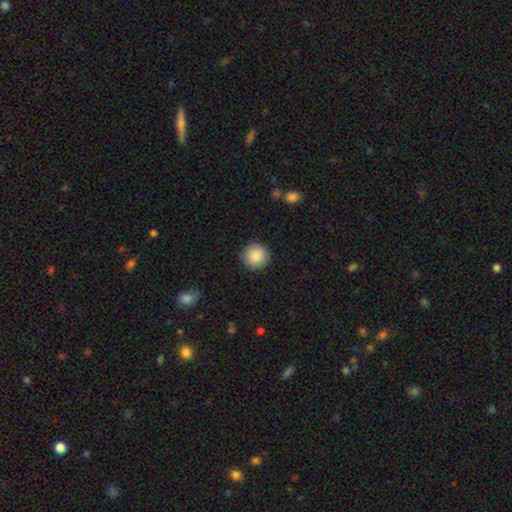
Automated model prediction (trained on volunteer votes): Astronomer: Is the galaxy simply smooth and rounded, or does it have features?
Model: smooth — 89%.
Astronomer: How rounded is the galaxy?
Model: round — 96%.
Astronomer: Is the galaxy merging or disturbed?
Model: none — 92%.